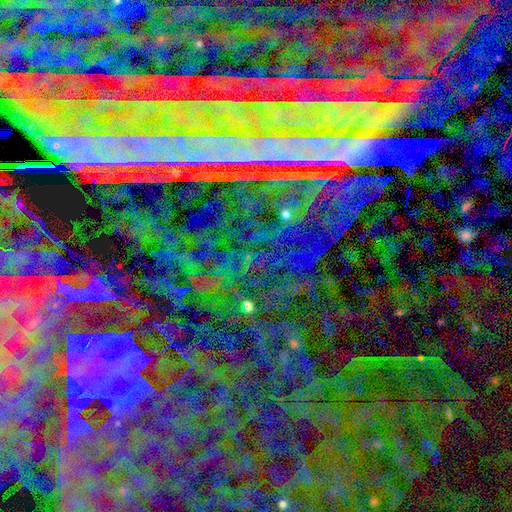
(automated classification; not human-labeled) Smooth or featured?
  - star or artifact: 88% *
  - featured or disk: 6%
  - smooth: 5%